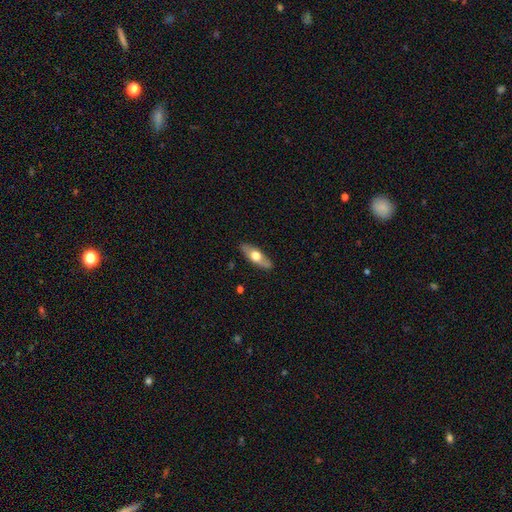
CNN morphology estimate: Overall: smooth (50%; featured or disk 44%). How rounded: in between (63%; cigar-shaped 34%). Merging: none (88%).